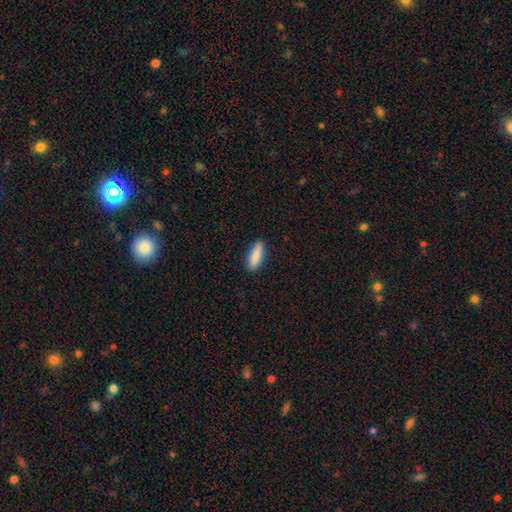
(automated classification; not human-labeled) smooth 86%, featured or disk 8%, star or artifact 6%. Down the decision tree: how rounded — in between (51%); merging — none (88%).